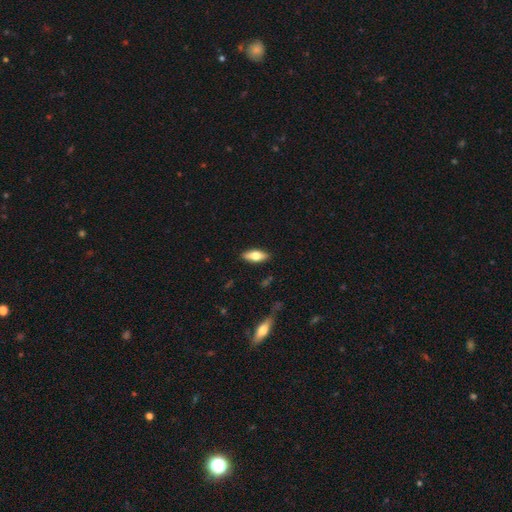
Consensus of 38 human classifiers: Morphology: type=smooth (61%); roundness=in between (83%); merging=none (91%).